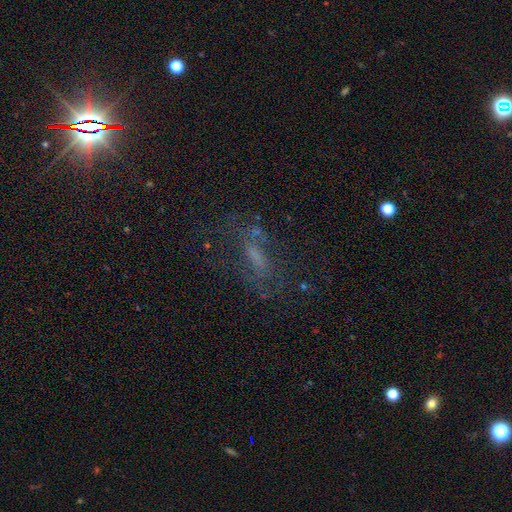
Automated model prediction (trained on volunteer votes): Overall: featured or disk (44%; smooth 31%). Merging: none (56%; major disturbance 22%).